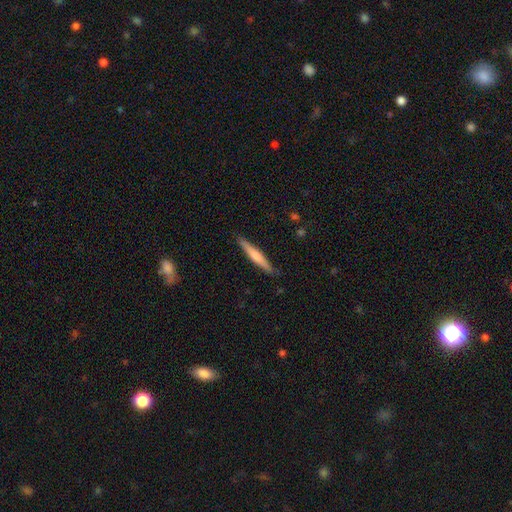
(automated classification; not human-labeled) Q: Smooth or featured?
A: smooth (59%); runner-up: featured or disk (36%)
Q: How rounded?
A: cigar-shaped (94%); runner-up: in between (5%)
Q: Merging?
A: none (87%); runner-up: minor disturbance (10%)